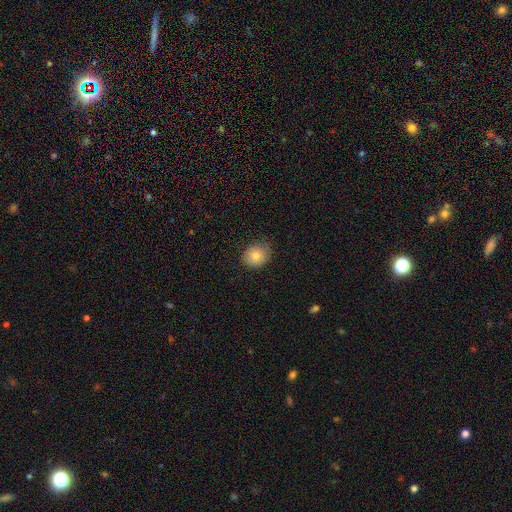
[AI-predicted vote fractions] smooth 81%, star or artifact 10%, featured or disk 9%. Down the decision tree: how rounded — round (71%); merging — none (76%).